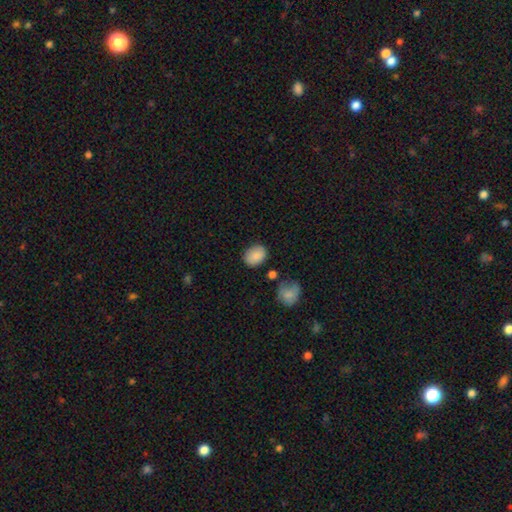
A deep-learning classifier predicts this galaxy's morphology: Smooth or featured: smooth — 87% (star or artifact — 8%)
How rounded: in between — 61% (round — 38%)
Merging: none — 79% (minor disturbance — 13%)